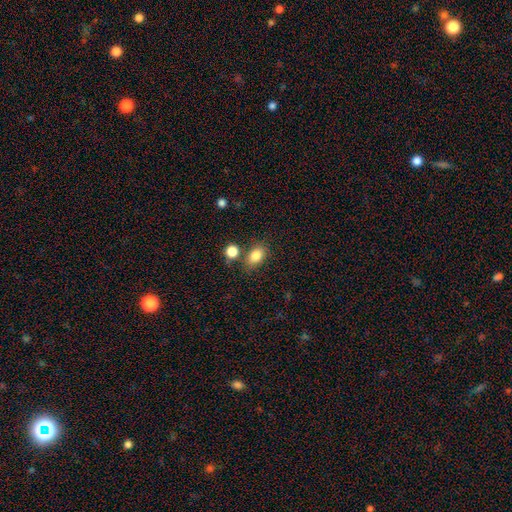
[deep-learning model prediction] A smooth galaxy with no disk features (84%) that is in between round and cigar-shaped (77%).

Vote fractions:
- Smooth or featured? smooth: 84% / star or artifact: 9% / featured or disk: 7%
- How rounded? in between: 77% / round: 21% / cigar-shaped: 2%
- Merging? none: 68% / merger: 14% / minor disturbance: 13% / major disturbance: 4%